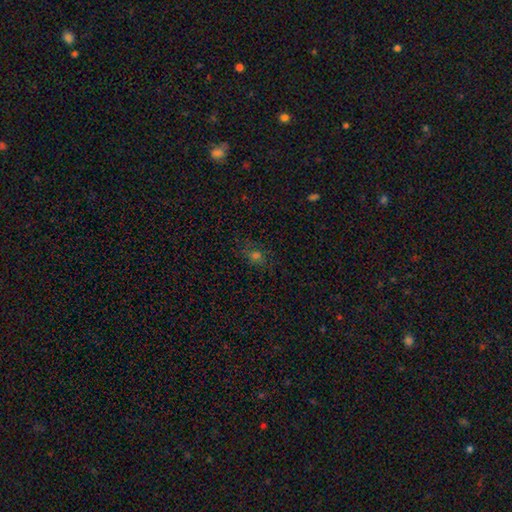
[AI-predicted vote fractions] Q: Smooth or featured?
A: smooth (49%); runner-up: star or artifact (37%)
Q: Merging?
A: none (76%); runner-up: minor disturbance (15%)